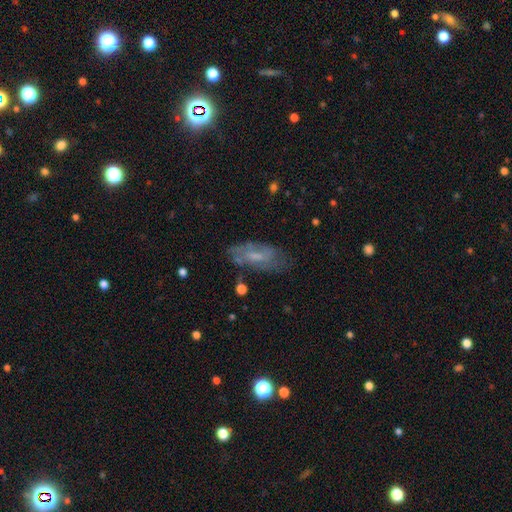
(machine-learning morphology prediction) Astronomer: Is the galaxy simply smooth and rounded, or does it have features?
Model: featured or disk — 50% (runner-up: smooth, 41%).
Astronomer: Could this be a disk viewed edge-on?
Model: no — 85%.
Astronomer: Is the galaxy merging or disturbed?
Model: none — 64%.